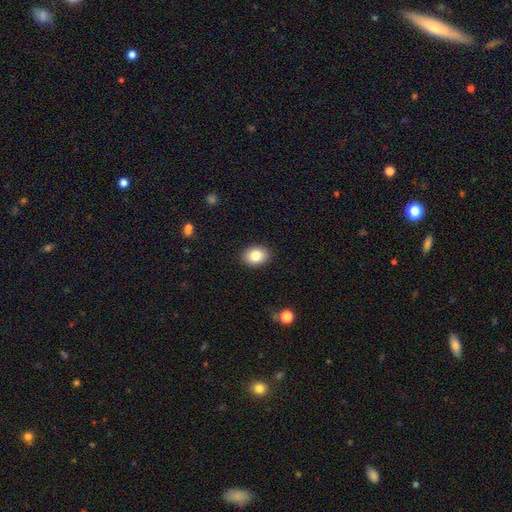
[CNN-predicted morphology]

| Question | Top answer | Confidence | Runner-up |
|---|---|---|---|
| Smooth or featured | smooth | 85% | star or artifact (8%) |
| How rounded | in between | 67% | round (32%) |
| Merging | none | 89% | minor disturbance (8%) |